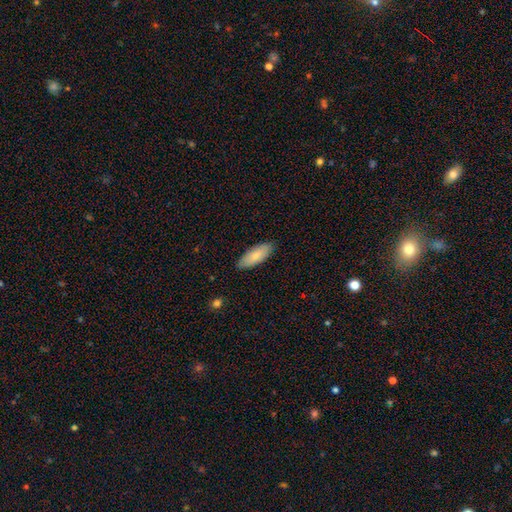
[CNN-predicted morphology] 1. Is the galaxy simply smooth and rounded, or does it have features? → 83% smooth, 12% featured or disk, 5% star or artifact.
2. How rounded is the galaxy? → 76% in between, 22% cigar-shaped, 2% round.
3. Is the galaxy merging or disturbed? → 87% none, 10% minor disturbance, 2% major disturbance, 1% merger.